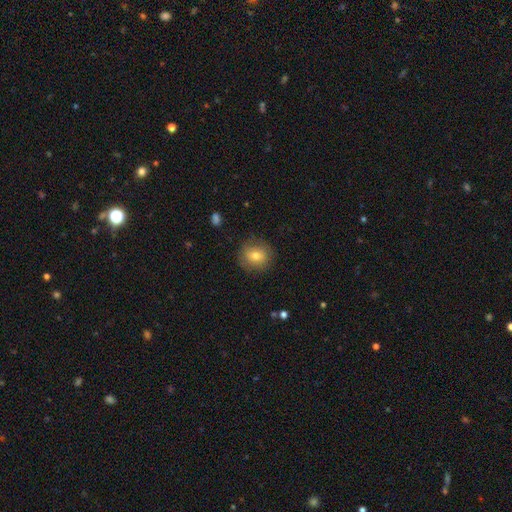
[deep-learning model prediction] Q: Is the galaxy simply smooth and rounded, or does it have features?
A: smooth — 75%.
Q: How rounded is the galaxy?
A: round — 80%.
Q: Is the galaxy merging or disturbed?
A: none — 84%.